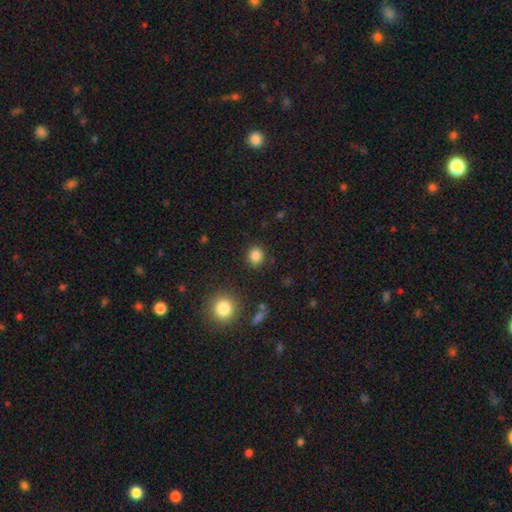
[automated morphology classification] Smooth or featured? smooth (85%)
How rounded? round (79%)
Merging? none (89%)